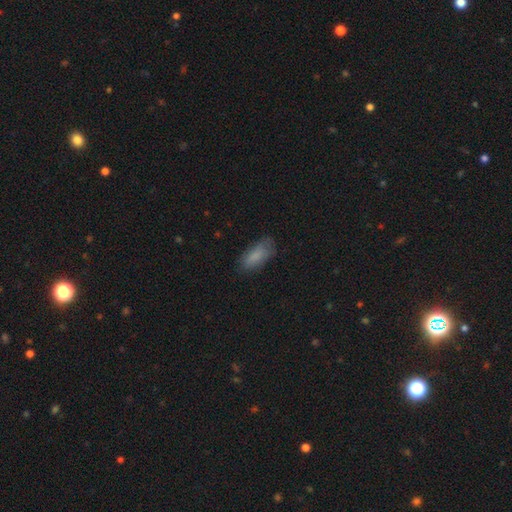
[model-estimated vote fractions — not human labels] Smooth or featured?
  - smooth: 83% *
  - featured or disk: 10%
  - star or artifact: 7%
How rounded?
  - in between: 80% *
  - cigar-shaped: 18%
  - round: 2%
Merging?
  - none: 69% *
  - minor disturbance: 23%
  - major disturbance: 6%
  - merger: 1%